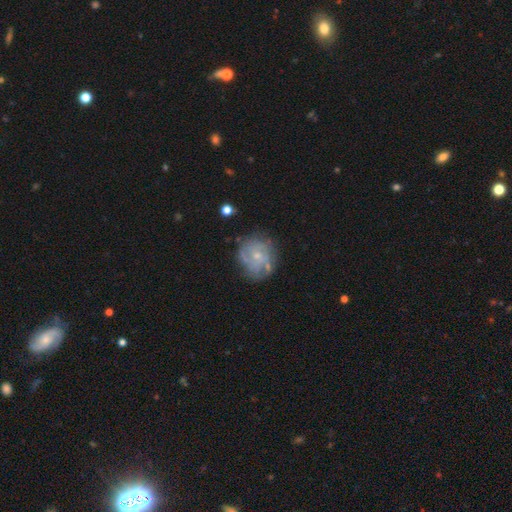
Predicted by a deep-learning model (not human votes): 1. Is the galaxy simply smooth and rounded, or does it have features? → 69% featured or disk, 22% smooth, 9% star or artifact.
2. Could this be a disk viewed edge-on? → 98% no, 2% yes.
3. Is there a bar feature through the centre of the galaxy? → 80% no, 18% weak, 3% strong.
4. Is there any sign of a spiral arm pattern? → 74% yes, 26% no.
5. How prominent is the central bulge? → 73% small, 22% moderate, 3% none, 1% large, 1% dominant.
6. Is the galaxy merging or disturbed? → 67% none, 20% minor disturbance, 9% major disturbance, 3% merger.